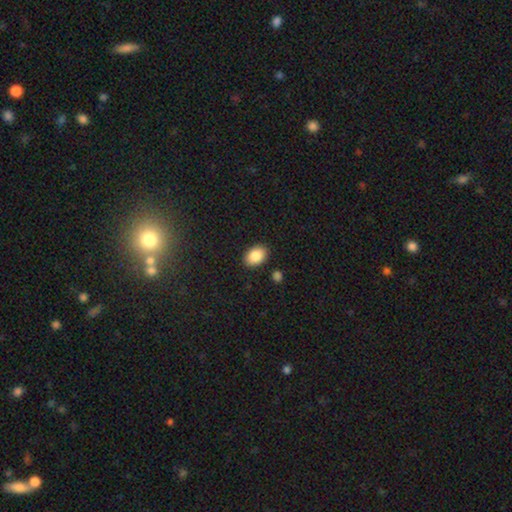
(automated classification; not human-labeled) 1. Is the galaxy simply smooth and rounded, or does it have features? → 87% smooth, 7% star or artifact, 6% featured or disk.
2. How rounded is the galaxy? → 85% in between, 14% round, 1% cigar-shaped.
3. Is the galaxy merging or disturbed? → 88% none, 8% minor disturbance, 2% major disturbance, 2% merger.